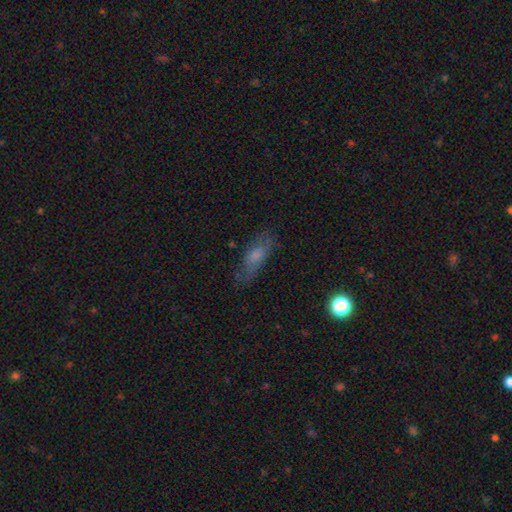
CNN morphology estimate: Smooth or featured? smooth (62%)
How rounded? in between (59%)
Merging? none (68%)